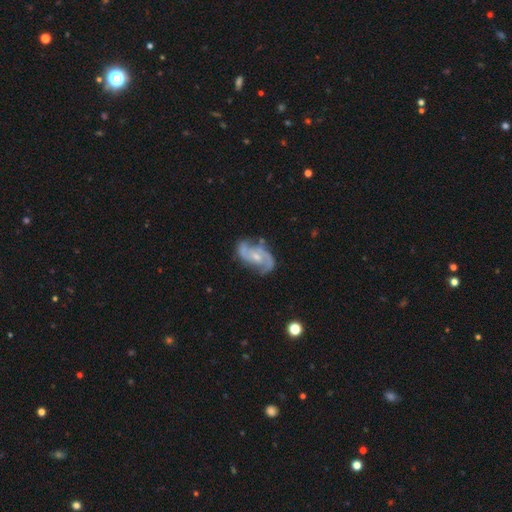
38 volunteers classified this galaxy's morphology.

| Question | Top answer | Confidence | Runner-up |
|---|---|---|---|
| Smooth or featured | featured or disk | 92% | smooth (5%) |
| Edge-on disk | no | 100% | — |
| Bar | weak | 60% | no (40%) |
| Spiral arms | yes | 100% | — |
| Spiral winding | medium | 46% | loose (31%) |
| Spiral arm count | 2 | 77% | 3 (20%) |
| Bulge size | small | 60% | moderate (37%) |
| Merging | none | 76% | minor disturbance (22%) |